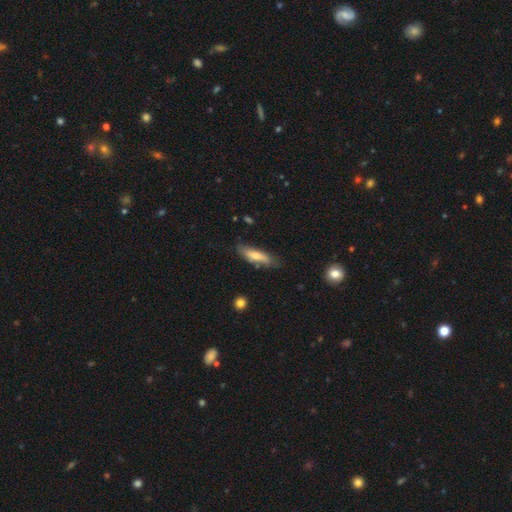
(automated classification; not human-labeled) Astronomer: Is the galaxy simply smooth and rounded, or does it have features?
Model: smooth — 62%.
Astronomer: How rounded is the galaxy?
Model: cigar-shaped — 66%.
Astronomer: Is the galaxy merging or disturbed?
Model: none — 74%.